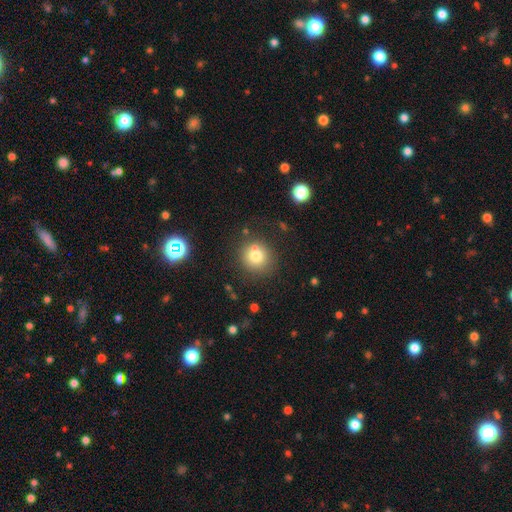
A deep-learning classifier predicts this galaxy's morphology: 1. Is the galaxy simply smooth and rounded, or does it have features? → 75% smooth, 13% star or artifact, 12% featured or disk.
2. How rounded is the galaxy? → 91% round, 8% in between, 1% cigar-shaped.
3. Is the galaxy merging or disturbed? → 74% none, 12% minor disturbance, 10% merger, 4% major disturbance.